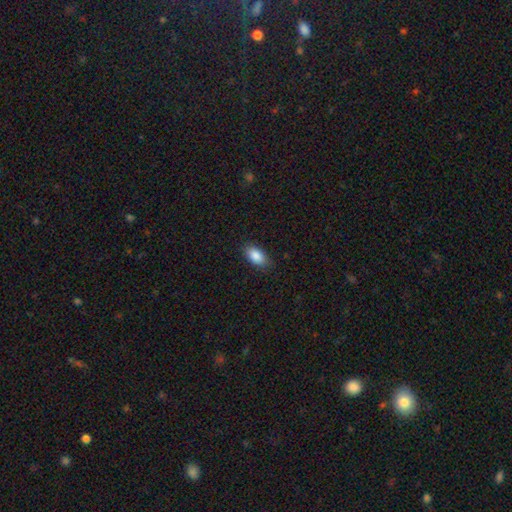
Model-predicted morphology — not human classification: smooth_or_featured: smooth (p=0.88) [alt: star or artifact p=0.07]
how_rounded: in between (p=0.93) [alt: round p=0.04]
merging: none (p=0.86) [alt: minor disturbance p=0.11]